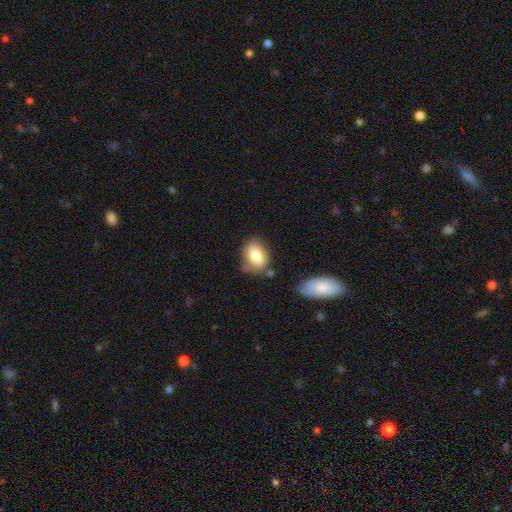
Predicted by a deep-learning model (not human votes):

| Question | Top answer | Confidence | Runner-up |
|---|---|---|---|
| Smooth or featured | smooth | 74% | featured or disk (18%) |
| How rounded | in between | 66% | round (32%) |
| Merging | none | 65% | minor disturbance (22%) |